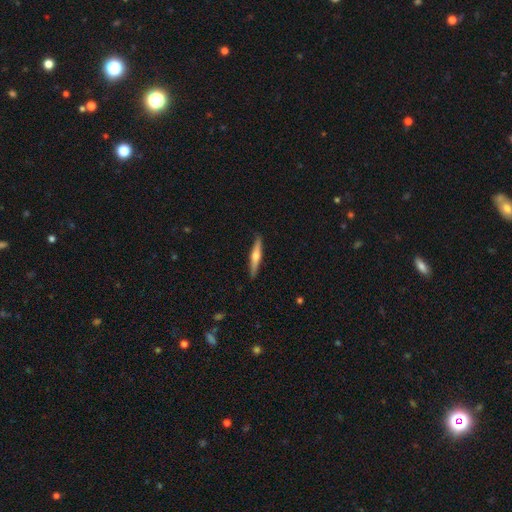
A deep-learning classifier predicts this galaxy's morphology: Smooth or featured: featured or disk — 55% (smooth — 40%)
Edge-on disk: yes — 97% (no — 3%)
Edge-on bulge: rounded — 86% (none — 9%)
Merging: none — 89% (minor disturbance — 8%)